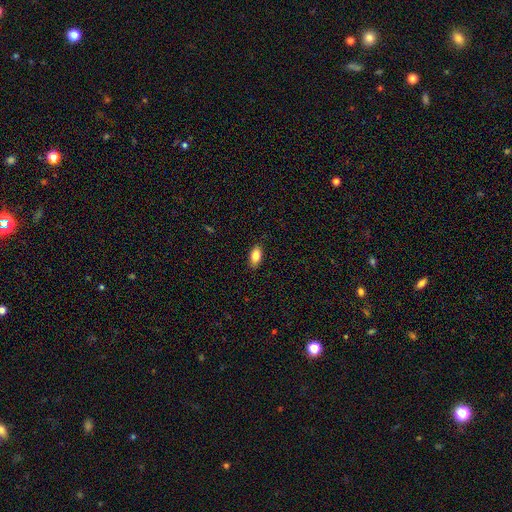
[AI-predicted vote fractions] smooth_or_featured: smooth (p=0.84) [alt: featured or disk p=0.09]
how_rounded: in between (p=0.89) [alt: cigar-shaped p=0.07]
merging: none (p=0.87) [alt: minor disturbance p=0.10]